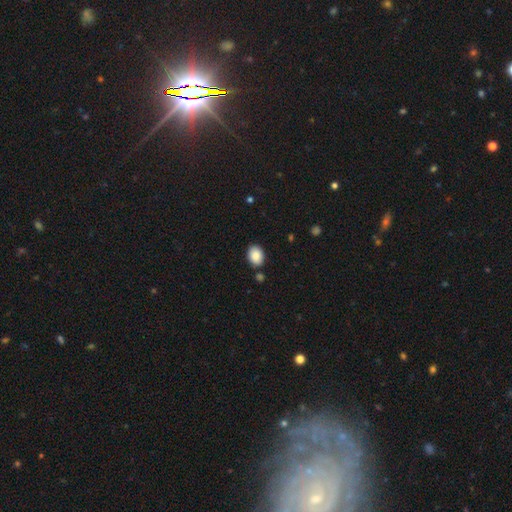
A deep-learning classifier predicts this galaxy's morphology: Q: Smooth or featured?
A: smooth (87%); runner-up: star or artifact (8%)
Q: How rounded?
A: in between (72%); runner-up: round (27%)
Q: Merging?
A: none (83%); runner-up: minor disturbance (10%)